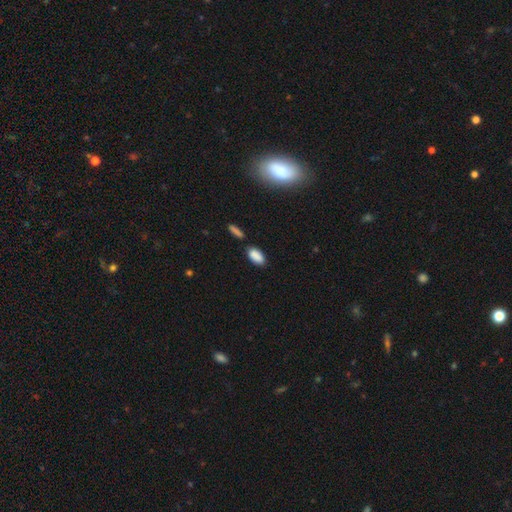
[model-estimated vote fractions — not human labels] Overall: smooth (87%). How rounded: in between (91%). Merging: none (76%).